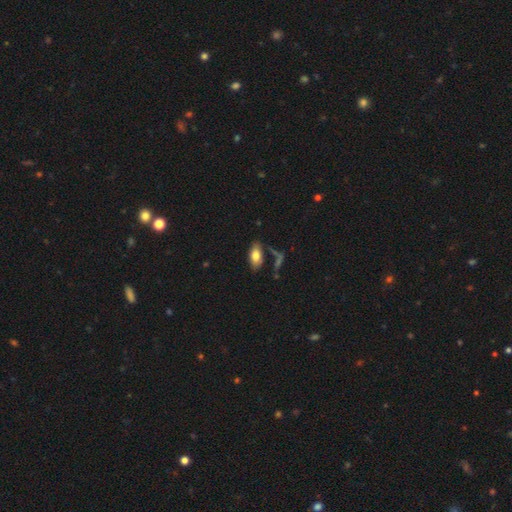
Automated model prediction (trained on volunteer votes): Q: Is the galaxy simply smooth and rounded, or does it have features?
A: smooth — 77%.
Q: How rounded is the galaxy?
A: in between — 90%.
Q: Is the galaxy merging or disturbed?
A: none — 70%.